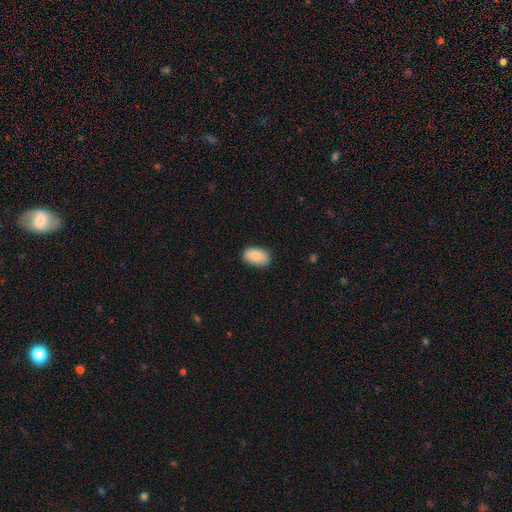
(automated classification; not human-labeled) Smooth or featured: smooth — 88% (star or artifact — 7%)
How rounded: in between — 93% (round — 5%)
Merging: none — 85% (minor disturbance — 12%)